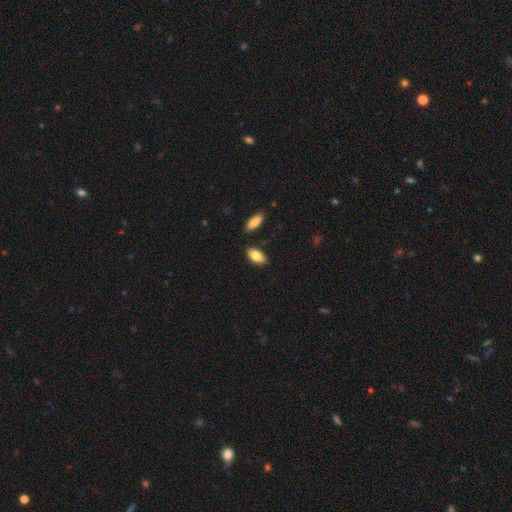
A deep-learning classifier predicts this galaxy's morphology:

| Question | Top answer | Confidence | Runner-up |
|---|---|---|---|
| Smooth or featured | smooth | 79% | featured or disk (14%) |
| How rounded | in between | 92% | cigar-shaped (6%) |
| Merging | none | 83% | minor disturbance (10%) |